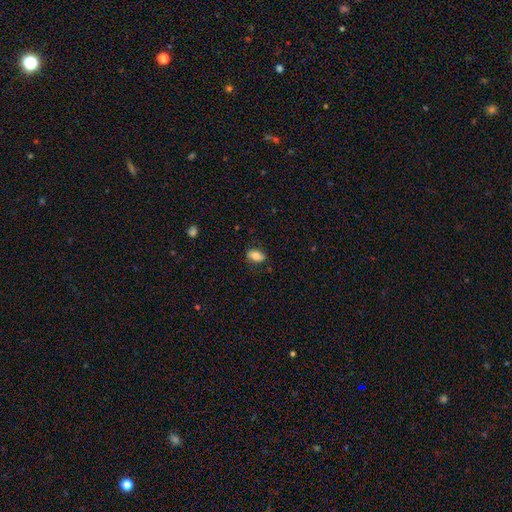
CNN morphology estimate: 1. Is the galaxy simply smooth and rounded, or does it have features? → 78% smooth, 14% featured or disk, 8% star or artifact.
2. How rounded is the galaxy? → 89% in between, 7% round, 4% cigar-shaped.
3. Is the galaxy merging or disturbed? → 81% none, 15% minor disturbance, 3% major disturbance, 1% merger.